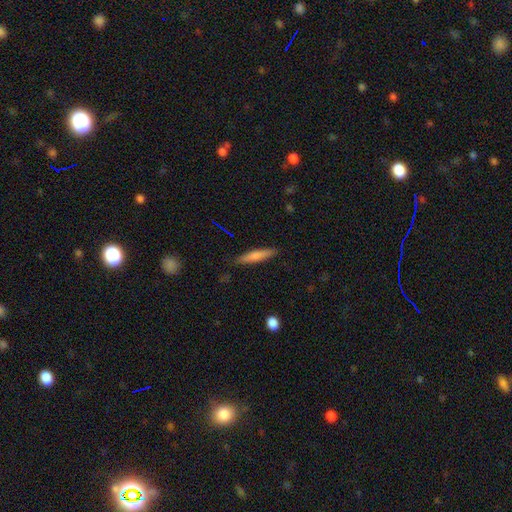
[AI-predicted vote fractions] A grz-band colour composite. It shows a smooth galaxy with no disk features (69%) that is cigar-shaped (87%). Merging: none (86%).